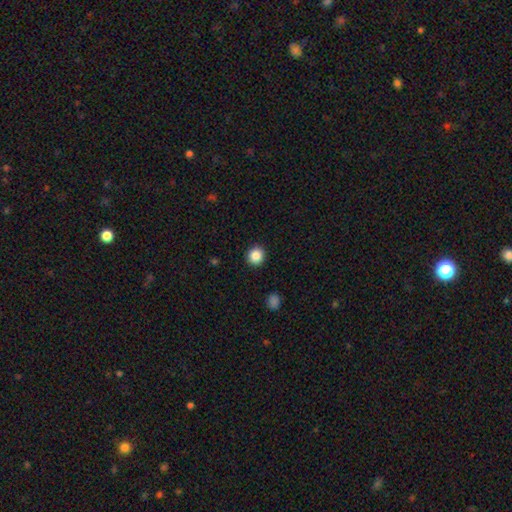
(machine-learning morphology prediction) A smooth galaxy with no disk features (86%) that is round (90%).

Vote fractions:
- Smooth or featured? smooth: 86% / star or artifact: 10% / featured or disk: 4%
- How rounded? round: 90% / in between: 9% / cigar-shaped: 1%
- Merging? none: 92% / minor disturbance: 5% / major disturbance: 2% / merger: 1%